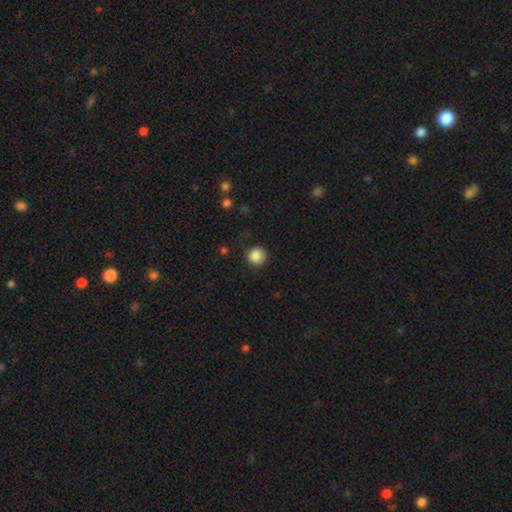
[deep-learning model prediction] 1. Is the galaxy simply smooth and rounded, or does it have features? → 87% smooth, 10% star or artifact, 3% featured or disk.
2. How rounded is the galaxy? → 94% round, 5% in between, 1% cigar-shaped.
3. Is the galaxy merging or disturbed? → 86% none, 10% minor disturbance, 3% major disturbance, 1% merger.